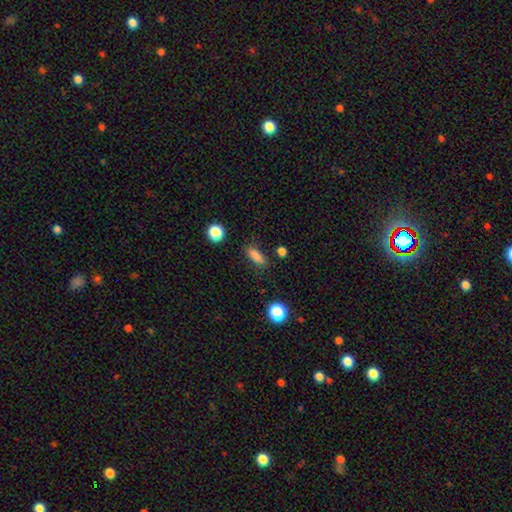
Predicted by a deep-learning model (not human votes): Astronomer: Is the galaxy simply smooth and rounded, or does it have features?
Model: smooth — 84%.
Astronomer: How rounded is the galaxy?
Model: in between — 62%.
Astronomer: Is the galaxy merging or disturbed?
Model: none — 84%.